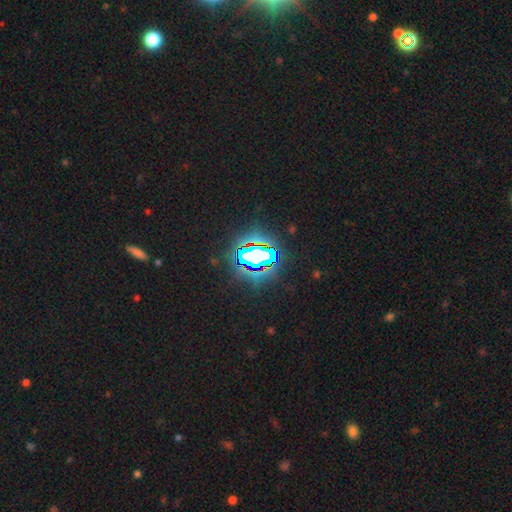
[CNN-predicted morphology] A star or artifact, not a galaxy (72%).

Vote fractions:
- Smooth or featured? star or artifact: 72% / smooth: 15% / featured or disk: 13%